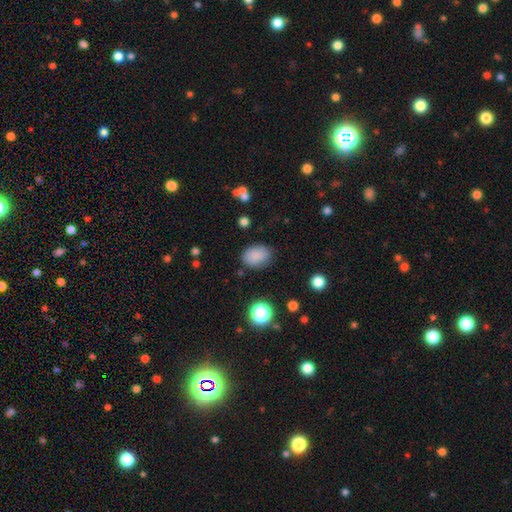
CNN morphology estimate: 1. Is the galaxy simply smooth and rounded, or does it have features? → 85% smooth, 10% star or artifact, 6% featured or disk.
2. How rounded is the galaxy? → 76% in between, 23% round, 1% cigar-shaped.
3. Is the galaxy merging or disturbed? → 81% none, 13% minor disturbance, 4% major disturbance, 2% merger.